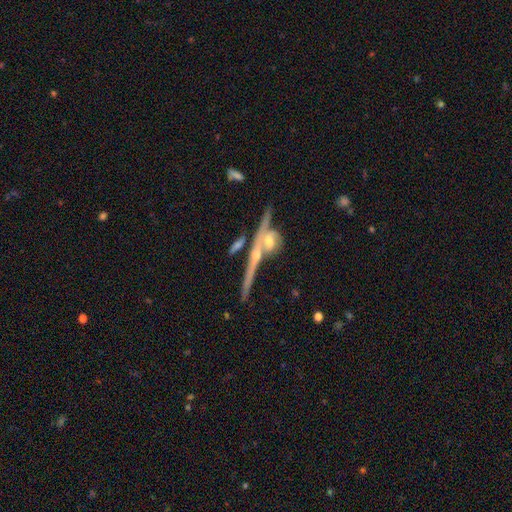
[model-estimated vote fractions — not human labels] Smooth or featured? featured or disk (67%)
Edge-on disk? yes (82%)
Edge-on bulge? rounded (55%)
Merging? none (52%)